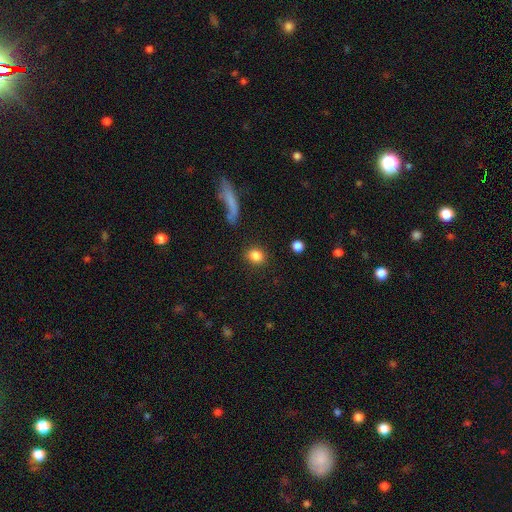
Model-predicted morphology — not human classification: A smooth galaxy with no disk features (85%) that is round (66%). Merging: none (87%).